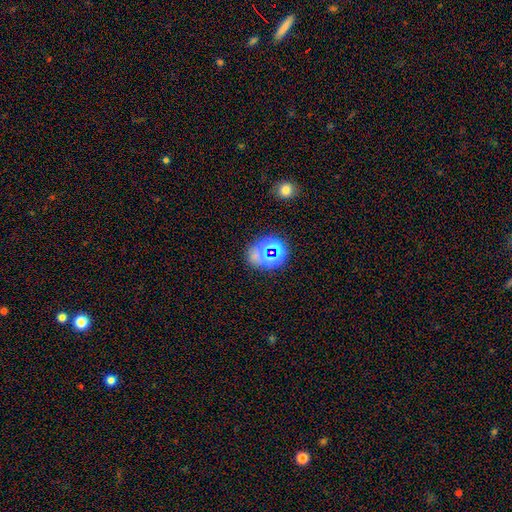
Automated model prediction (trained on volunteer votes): star or artifact 52%, smooth 38%, featured or disk 11%.